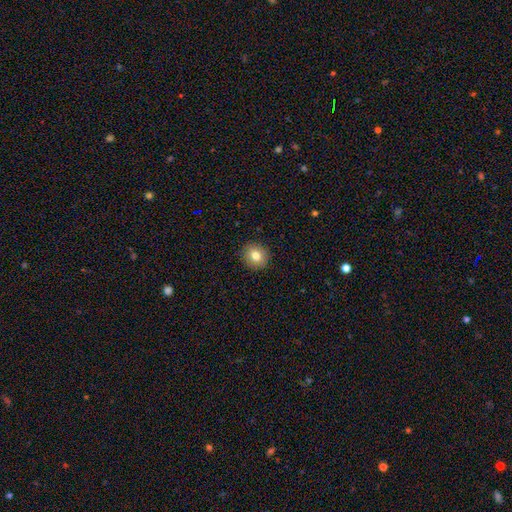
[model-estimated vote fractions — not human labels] This appears to be a smooth galaxy with no disk features (80%) that is round (86%). Merging: none (91%).